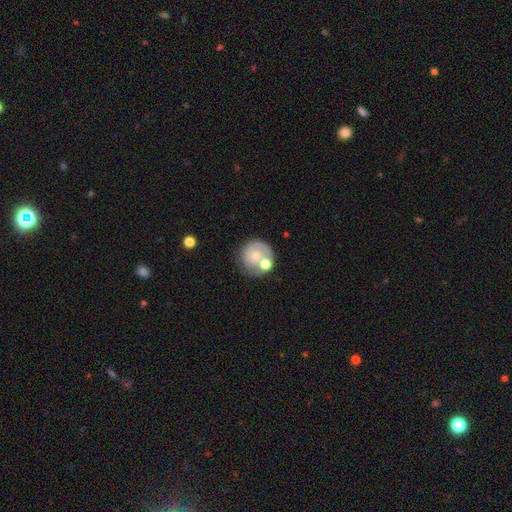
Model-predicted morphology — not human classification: A smooth galaxy with no disk features (48%). Merging: none (51%).